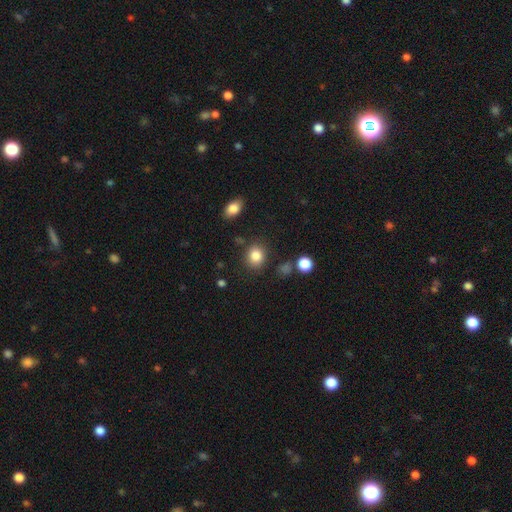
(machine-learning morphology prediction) Overall: smooth (85%). How rounded: round (72%). Merging: none (82%).